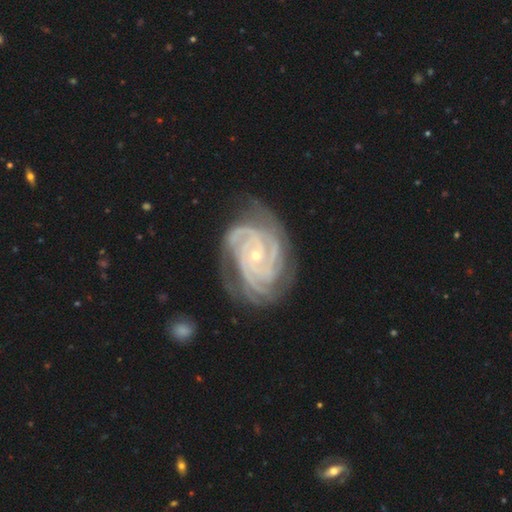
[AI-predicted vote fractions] smooth-or-featured: featured or disk: 93% | star or artifact: 4% | smooth: 3%
  disk-edge-on: no: 98% | yes: 2%
    bar: no: 70% | weak: 21% | strong: 9%
    has-spiral-arms: yes: 99% | no: 1%
      spiral-winding: tight: 77% | medium: 21% | loose: 2%
      spiral-arm-count: 4: 33% | 3: 31% | 2: 10% | can't tell: 10% | more than 4: 10% | 1: 6%
    bulge-size: small: 78% | moderate: 19% | none: 1% | large: 1% | dominant: 1%
  merging: none: 70% | minor disturbance: 20% | major disturbance: 8% | merger: 2%